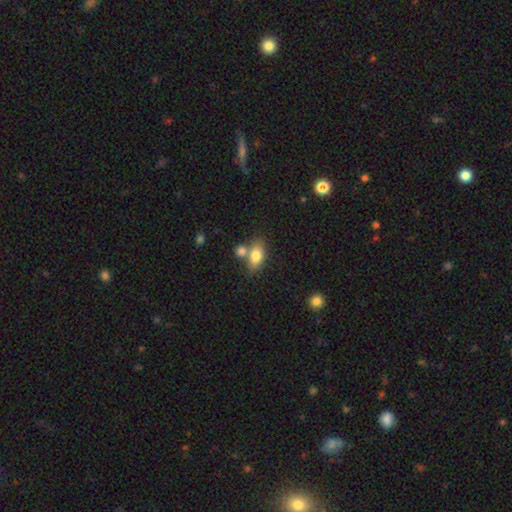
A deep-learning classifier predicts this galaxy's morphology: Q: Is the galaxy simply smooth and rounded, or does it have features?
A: smooth — 80%.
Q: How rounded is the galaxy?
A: in between — 85%.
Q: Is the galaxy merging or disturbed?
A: none — 51%.